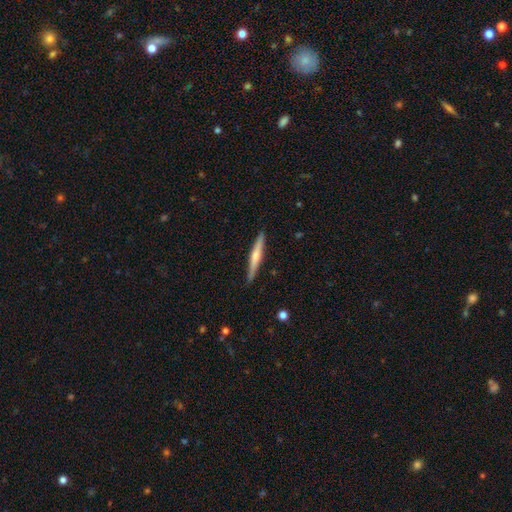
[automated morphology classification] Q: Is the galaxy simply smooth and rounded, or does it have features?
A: featured or disk — 48%.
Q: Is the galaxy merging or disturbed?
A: none — 89%.